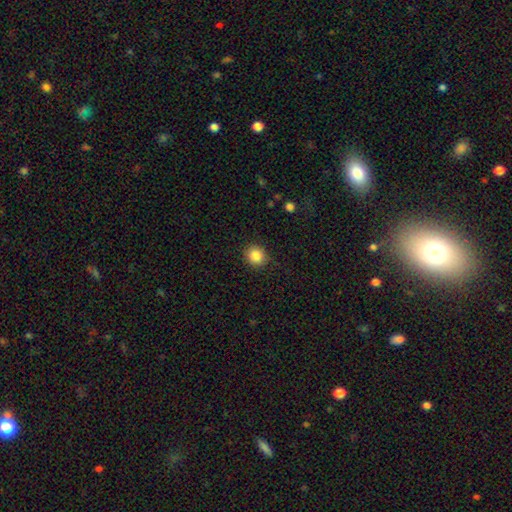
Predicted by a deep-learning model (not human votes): Q: Smooth or featured?
A: smooth (86%); runner-up: star or artifact (10%)
Q: How rounded?
A: round (86%); runner-up: in between (13%)
Q: Merging?
A: none (88%); runner-up: minor disturbance (8%)